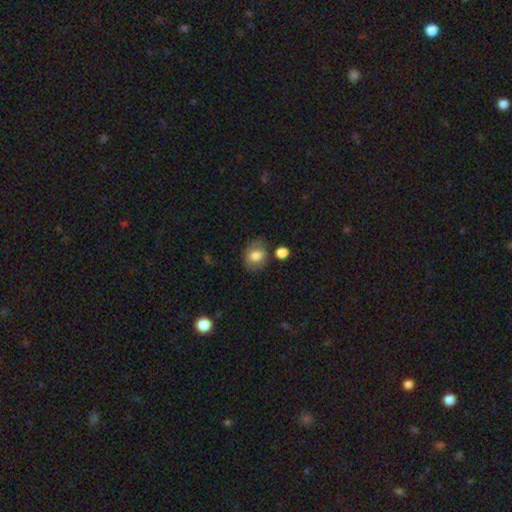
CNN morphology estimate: smooth 73%, featured or disk 19%, star or artifact 9%. Down the decision tree: how rounded — in between (52%); merging — none (65%).